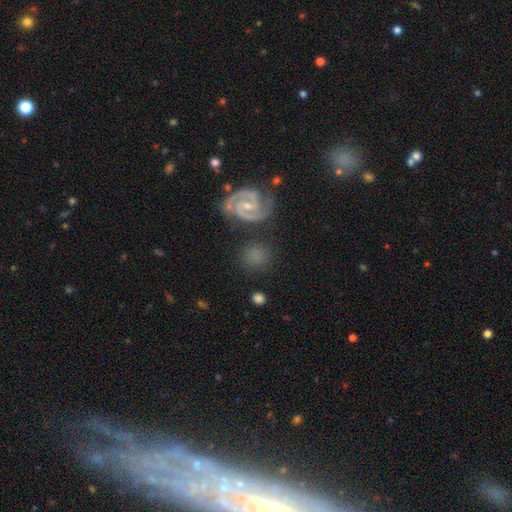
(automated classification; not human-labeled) smooth_or_featured: featured or disk (p=0.51) [alt: smooth p=0.39]
disk_edge_on: no (p=0.96) [alt: yes p=0.04]
merging: none (p=0.74) [alt: minor disturbance p=0.14]